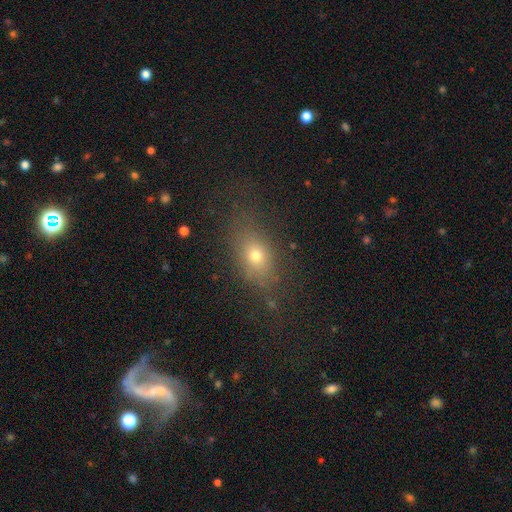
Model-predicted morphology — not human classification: This appears to be a smooth galaxy with no disk features (69%) that is in between round and cigar-shaped (70%). Merging: none (72%).